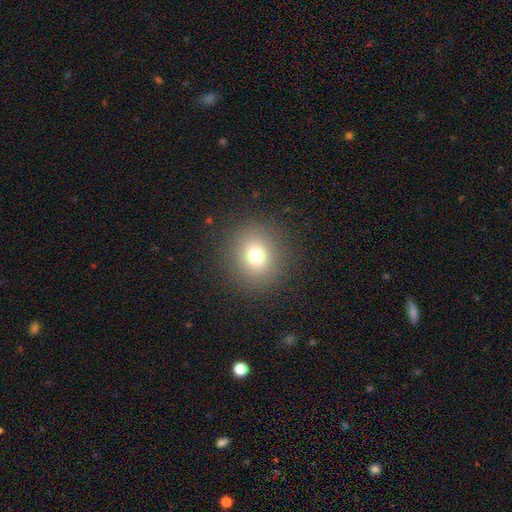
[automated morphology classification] Overall: smooth (73%). How rounded: round (85%). Merging: none (88%).